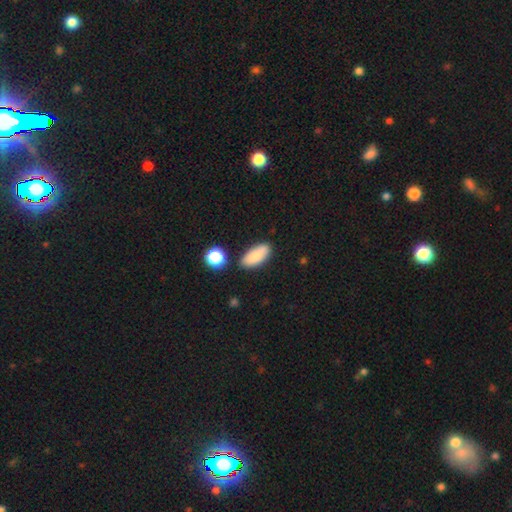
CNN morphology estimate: smooth 84%, featured or disk 9%, star or artifact 7%. Down the decision tree: how rounded — in between (83%); merging — none (78%).